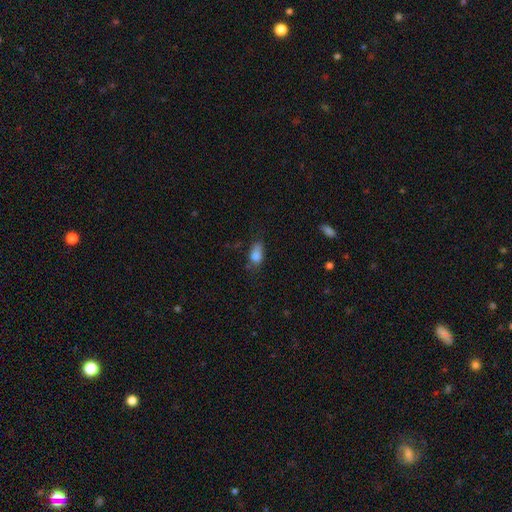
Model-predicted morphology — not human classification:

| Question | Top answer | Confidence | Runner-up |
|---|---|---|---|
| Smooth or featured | smooth | 80% | featured or disk (11%) |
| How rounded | in between | 82% | round (12%) |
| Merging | none | 50% | minor disturbance (34%) |